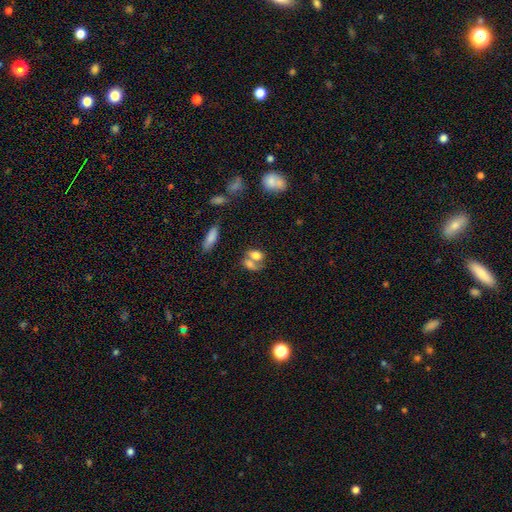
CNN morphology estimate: Smooth or featured: smooth — 71% (featured or disk — 18%)
How rounded: in between — 72% (round — 24%)
Merging: merger — 62% (none — 23%)